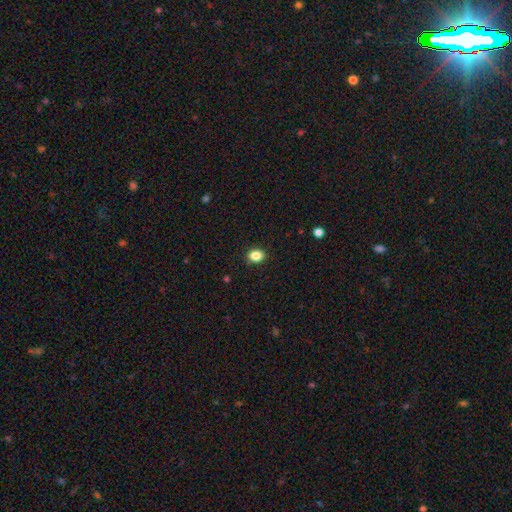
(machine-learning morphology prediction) Smooth or featured? smooth (86%)
How rounded? in between (61%)
Merging? none (90%)